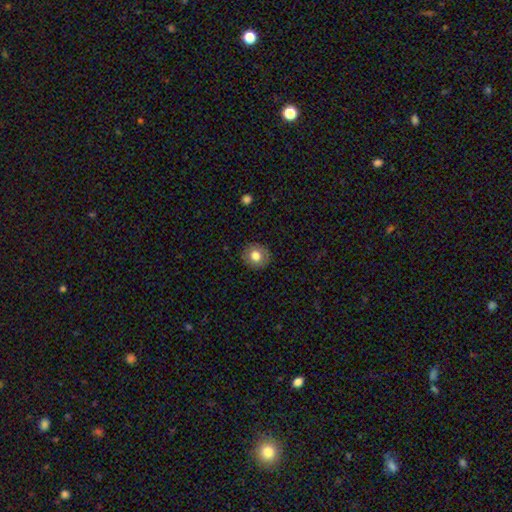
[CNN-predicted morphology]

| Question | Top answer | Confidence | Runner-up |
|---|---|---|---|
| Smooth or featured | smooth | 78% | featured or disk (13%) |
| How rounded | round | 83% | in between (16%) |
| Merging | none | 89% | minor disturbance (8%) |